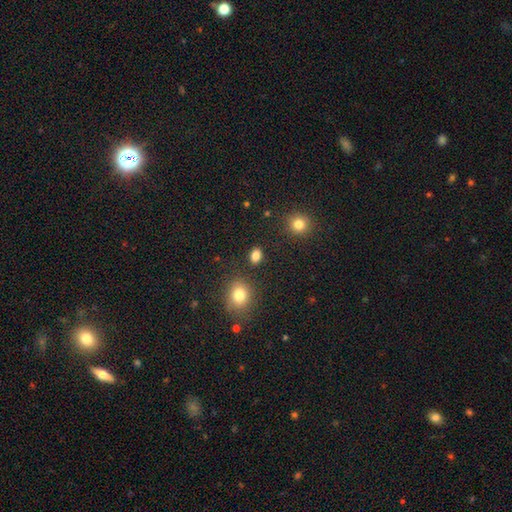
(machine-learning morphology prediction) A smooth galaxy with no disk features (84%) that is in between round and cigar-shaped (65%).

Vote fractions:
- Smooth or featured? smooth: 84% / star or artifact: 11% / featured or disk: 5%
- How rounded? in between: 65% / round: 33% / cigar-shaped: 2%
- Merging? none: 85% / minor disturbance: 8% / merger: 4% / major disturbance: 3%